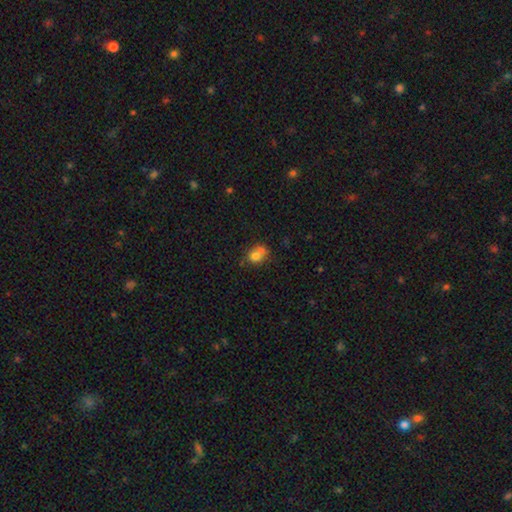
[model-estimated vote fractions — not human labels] This appears to be a smooth galaxy with no disk features (72%) that is round (70%). Merging: merger (50%).